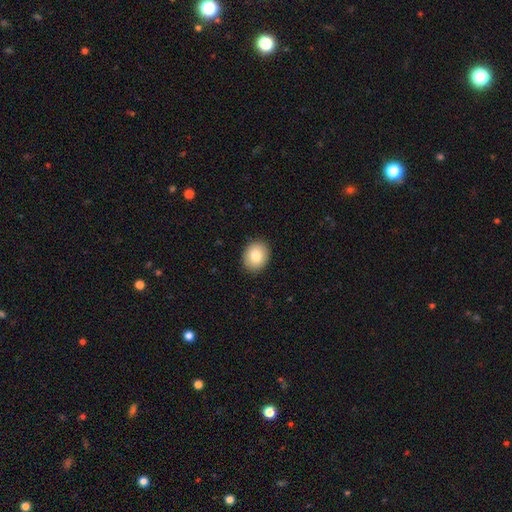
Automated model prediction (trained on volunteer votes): Smooth or featured? smooth (83%)
How rounded? round (55%)
Merging? none (90%)